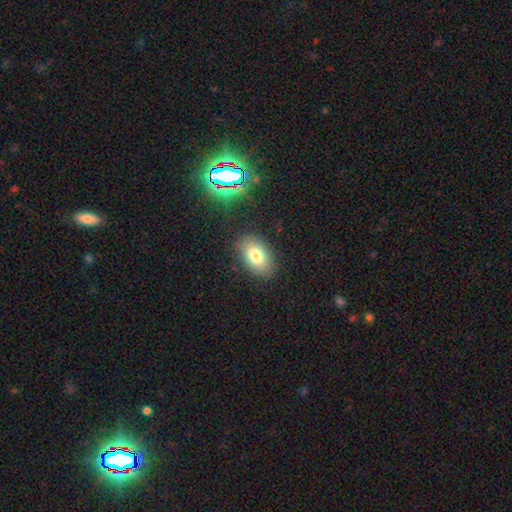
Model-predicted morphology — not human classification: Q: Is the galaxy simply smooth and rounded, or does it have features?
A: smooth — 78%.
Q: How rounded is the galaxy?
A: in between — 88%.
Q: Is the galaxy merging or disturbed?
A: none — 84%.